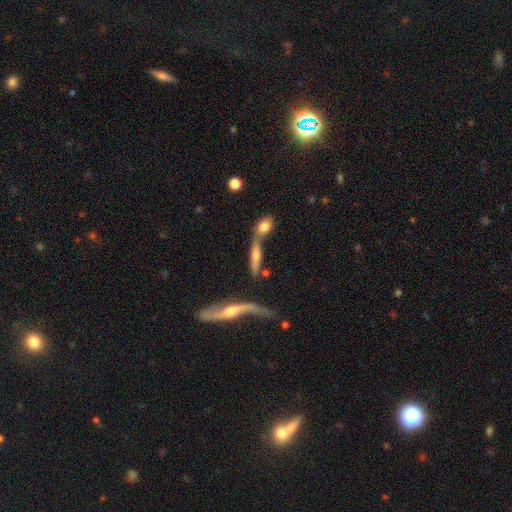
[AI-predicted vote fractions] This appears to be a featured or disk galaxy (53%) viewed edge-on (68%). Merging: merger (56%).